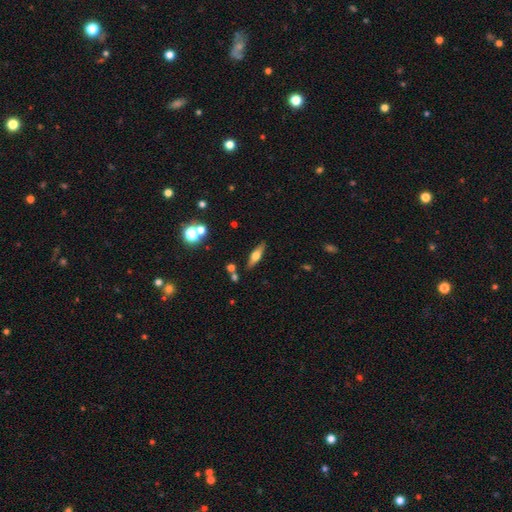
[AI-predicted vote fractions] Smooth or featured? Predicted: featured or disk (p=0.51). Edge-on disk? Predicted: yes (p=0.91). Merging? Predicted: none (p=0.83).